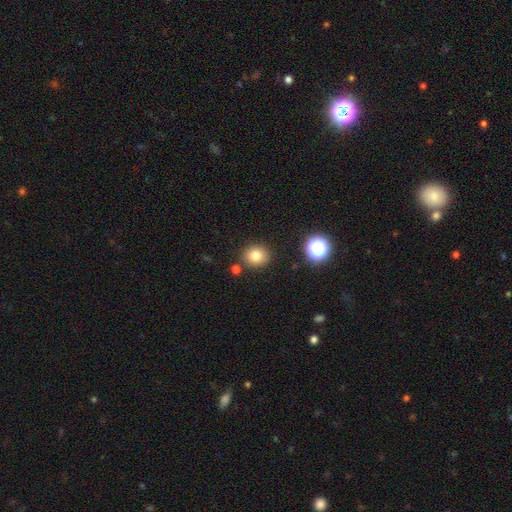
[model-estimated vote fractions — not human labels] This appears to be a smooth galaxy with no disk features (79%) that is round (79%). Merging: none (85%).